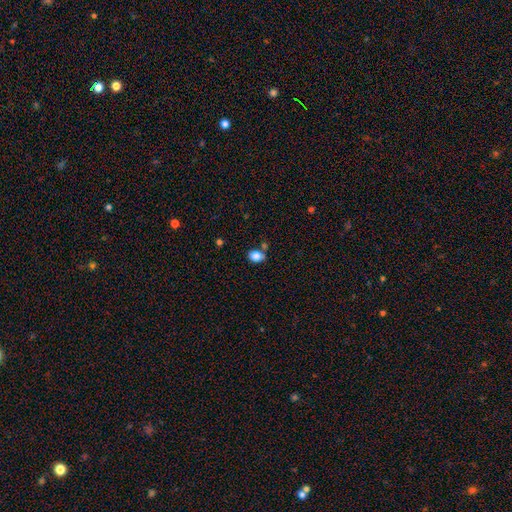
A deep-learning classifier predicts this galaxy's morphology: smooth_or_featured: smooth (p=0.85) [alt: star or artifact p=0.10]
how_rounded: in between (p=0.64) [alt: round p=0.35]
merging: none (p=0.67) [alt: minor disturbance p=0.16]